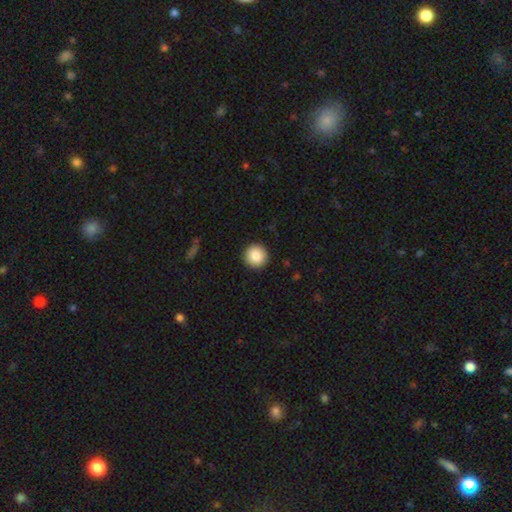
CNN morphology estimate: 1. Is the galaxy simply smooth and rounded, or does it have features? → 87% smooth, 8% star or artifact, 5% featured or disk.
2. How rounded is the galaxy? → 95% round, 4% in between, 1% cigar-shaped.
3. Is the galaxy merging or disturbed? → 92% none, 5% minor disturbance, 2% major disturbance, 1% merger.